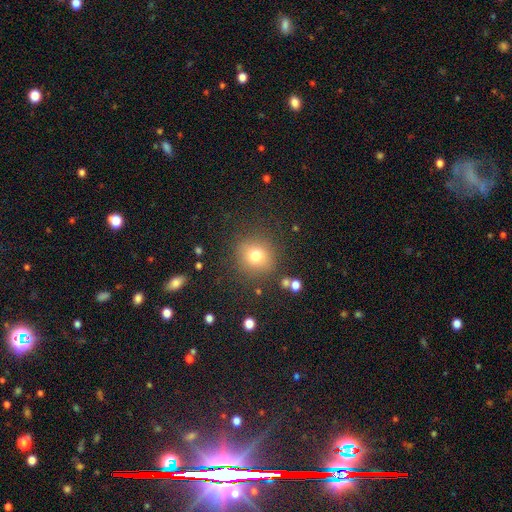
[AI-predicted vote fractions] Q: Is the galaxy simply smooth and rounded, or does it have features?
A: smooth — 75%.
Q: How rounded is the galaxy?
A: round — 89%.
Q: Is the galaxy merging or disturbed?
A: none — 84%.